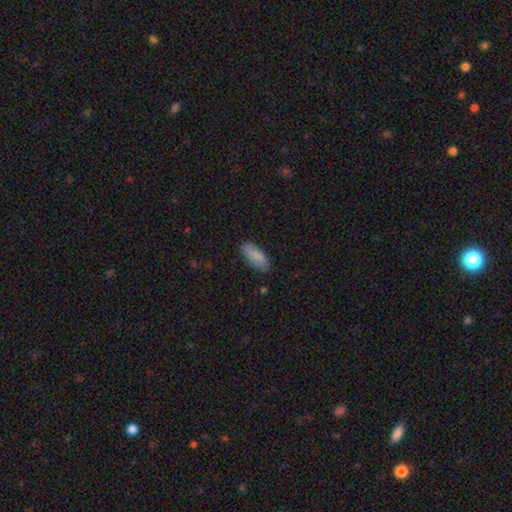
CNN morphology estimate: Smooth or featured? smooth (83%)
How rounded? in between (80%)
Merging? none (80%)